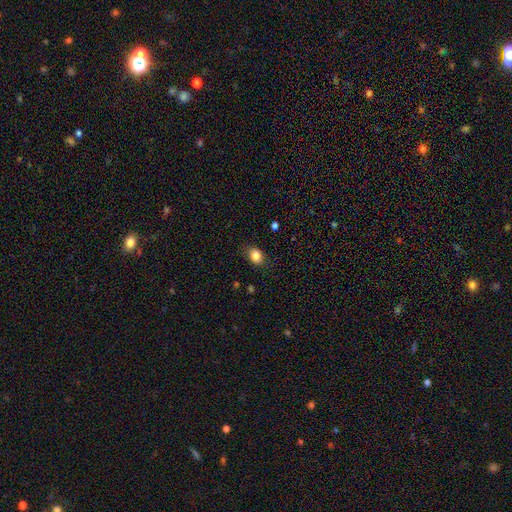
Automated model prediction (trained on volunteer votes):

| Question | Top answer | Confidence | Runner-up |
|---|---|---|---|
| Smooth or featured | smooth | 84% | star or artifact (10%) |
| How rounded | in between | 61% | round (38%) |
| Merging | none | 81% | minor disturbance (14%) |